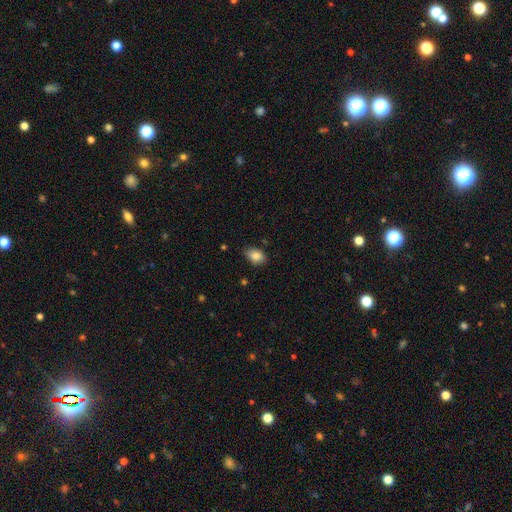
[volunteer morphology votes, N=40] This is clearly a smooth galaxy (85%). How rounded: likely in between (62%). Merging: likely none (72%).